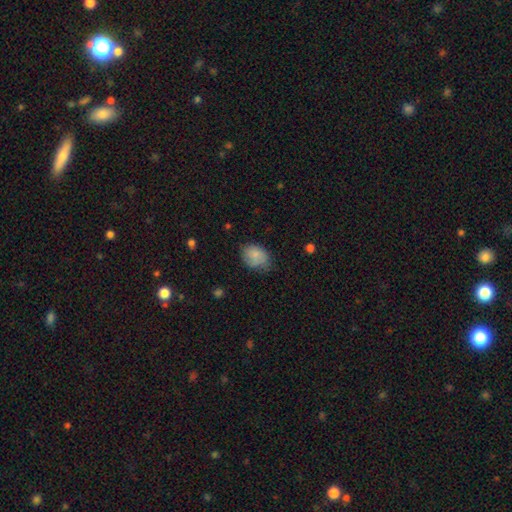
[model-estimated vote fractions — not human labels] Overall: smooth (74%). How rounded: in between (69%; round 30%). Merging: none (56%; minor disturbance 33%).